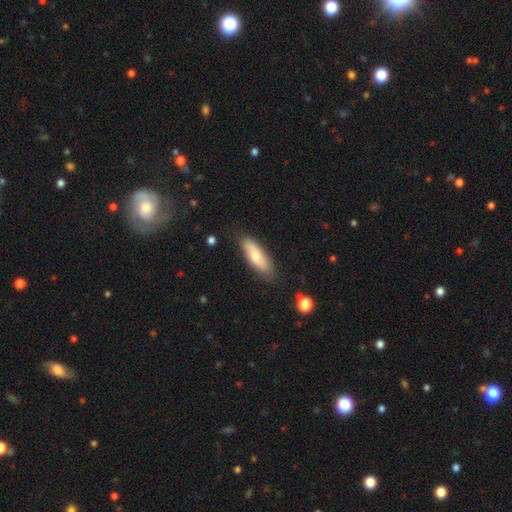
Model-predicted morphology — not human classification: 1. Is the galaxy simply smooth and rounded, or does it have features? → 67% smooth, 27% featured or disk, 6% star or artifact.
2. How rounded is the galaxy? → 60% in between, 38% cigar-shaped, 2% round.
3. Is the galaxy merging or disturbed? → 79% none, 16% minor disturbance, 3% major disturbance, 2% merger.